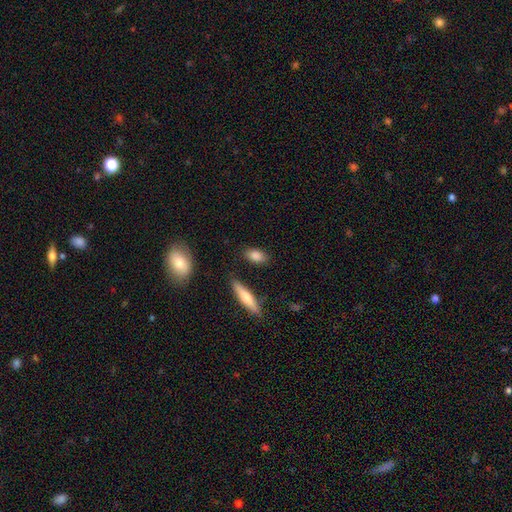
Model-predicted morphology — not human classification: smooth 84%, featured or disk 9%, star or artifact 7%. Down the decision tree: how rounded — in between (84%); merging — none (82%).